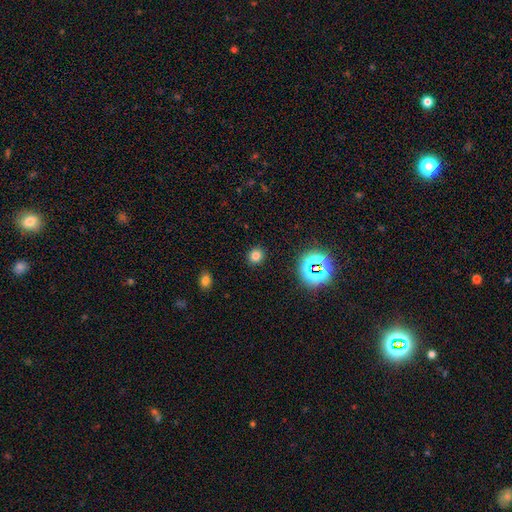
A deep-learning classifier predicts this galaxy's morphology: smooth-or-featured: smooth: 75% | star or artifact: 20% | featured or disk: 6%
  how-rounded: round: 86% | in between: 13% | cigar-shaped: 1%
  merging: none: 90% | minor disturbance: 6% | major disturbance: 3% | merger: 1%